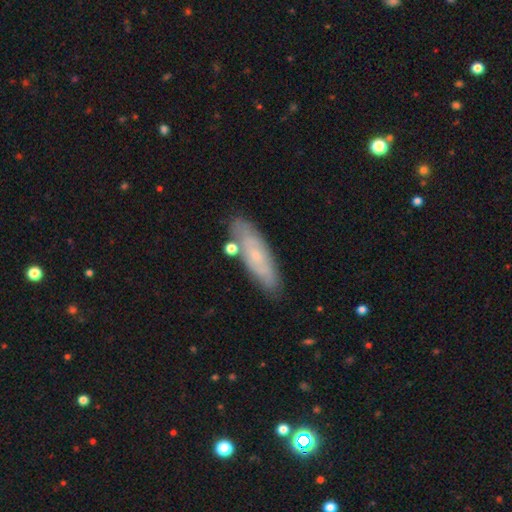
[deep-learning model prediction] Q: Smooth or featured?
A: smooth (47%); runner-up: featured or disk (46%)
Q: Merging?
A: none (78%); runner-up: minor disturbance (14%)